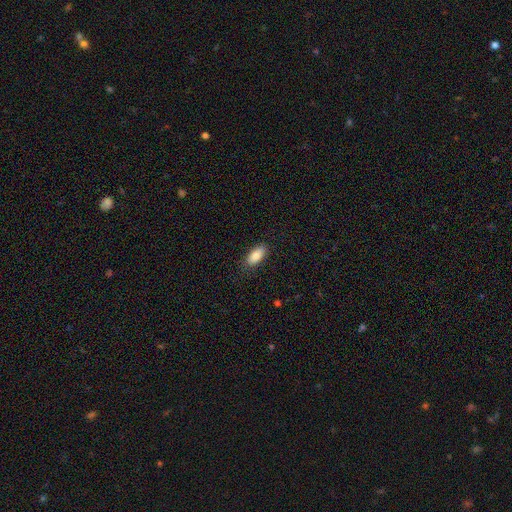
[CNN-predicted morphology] Smooth or featured? Predicted: smooth (p=0.86). How rounded? Predicted: in between (p=0.89). Merging? Predicted: none (p=0.85).